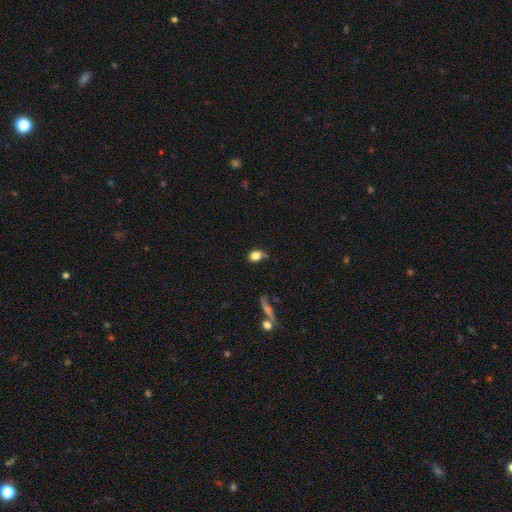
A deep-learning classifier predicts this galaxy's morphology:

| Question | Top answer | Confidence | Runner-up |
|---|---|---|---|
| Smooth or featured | smooth | 82% | star or artifact (9%) |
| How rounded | in between | 67% | round (30%) |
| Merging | none | 53% | minor disturbance (32%) |